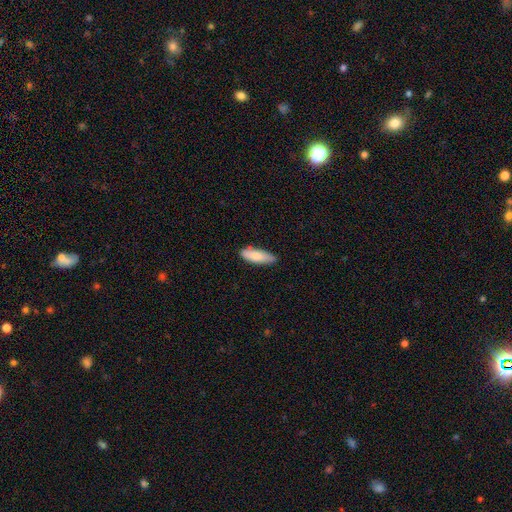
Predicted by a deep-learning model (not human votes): smooth_or_featured: smooth (p=0.79) [alt: featured or disk p=0.15]
how_rounded: in between (p=0.62) [alt: cigar-shaped p=0.36]
merging: none (p=0.76) [alt: minor disturbance p=0.19]